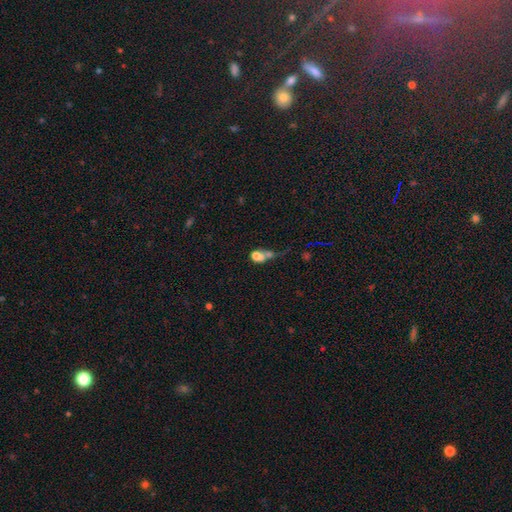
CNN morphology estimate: A smooth galaxy with no disk features (62%) that is round (57%).

Vote fractions:
- Smooth or featured? smooth: 62% / featured or disk: 23% / star or artifact: 16%
- How rounded? round: 57% / in between: 40% / cigar-shaped: 3%
- Merging? merger: 59% / none: 21% / major disturbance: 12% / minor disturbance: 8%